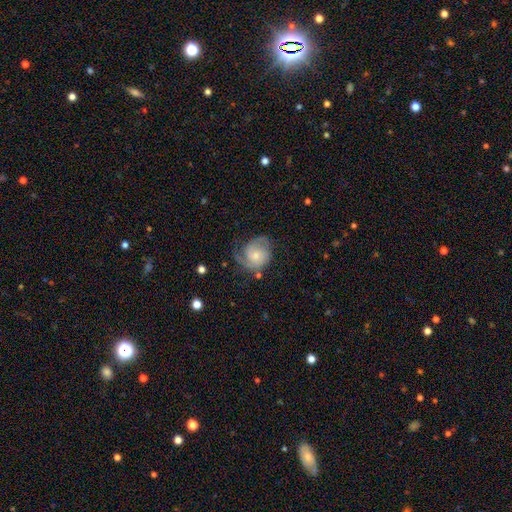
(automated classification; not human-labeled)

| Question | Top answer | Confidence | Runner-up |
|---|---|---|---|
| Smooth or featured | featured or disk | 71% | smooth (23%) |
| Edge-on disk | no | 98% | yes (2%) |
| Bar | no | 73% | weak (23%) |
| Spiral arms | yes | 92% | no (8%) |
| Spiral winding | tight | 43% | medium (40%) |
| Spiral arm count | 2 | 52% | can't tell (17%) |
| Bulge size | small | 54% | moderate (37%) |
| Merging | none | 57% | minor disturbance (25%) |